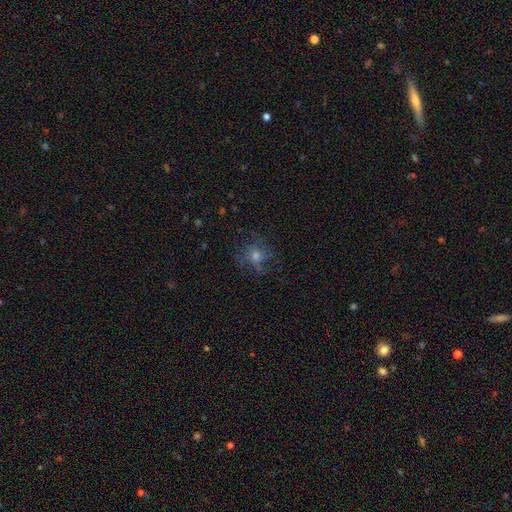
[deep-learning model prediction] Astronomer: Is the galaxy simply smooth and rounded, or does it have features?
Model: featured or disk — 42% (runner-up: smooth, 35%).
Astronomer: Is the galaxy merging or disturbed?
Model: none — 66%.